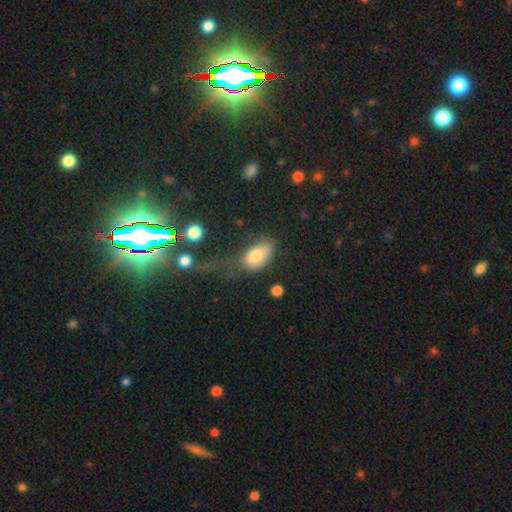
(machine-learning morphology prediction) Smooth or featured: smooth — 77% (featured or disk — 14%)
How rounded: in between — 90% (round — 8%)
Merging: major disturbance — 34% (none — 32%)